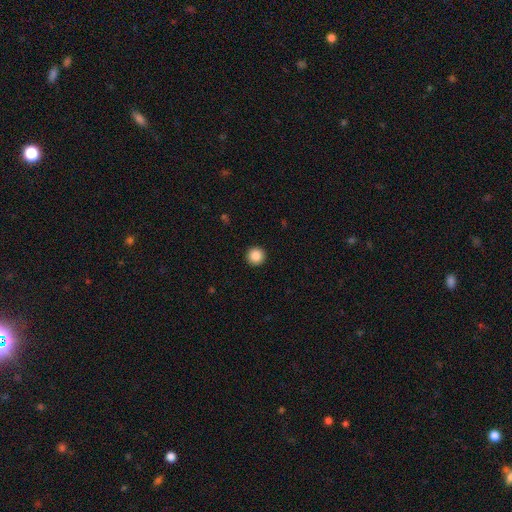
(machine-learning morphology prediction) type=smooth (87%); roundness=round (96%); merging=none (94%).